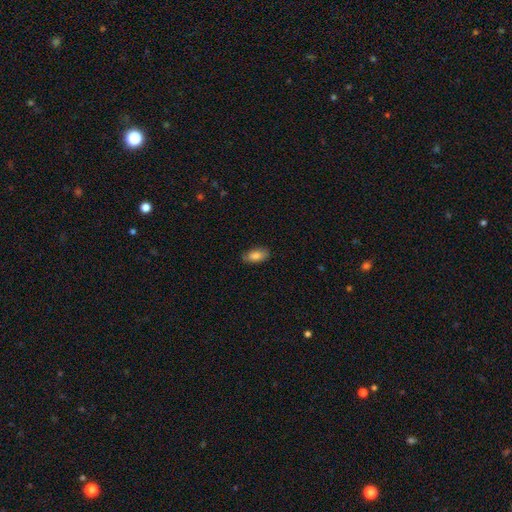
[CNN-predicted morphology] A smooth galaxy with no disk features (84%) that is in between round and cigar-shaped (90%).

Vote fractions:
- Smooth or featured? smooth: 84% / featured or disk: 9% / star or artifact: 7%
- How rounded? in between: 90% / cigar-shaped: 7% / round: 3%
- Merging? none: 83% / minor disturbance: 13% / major disturbance: 2% / merger: 1%